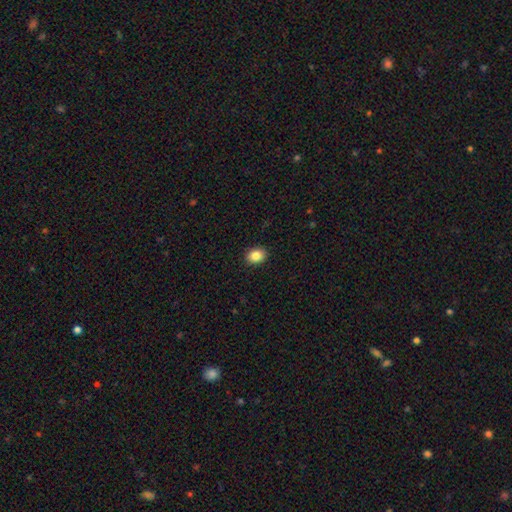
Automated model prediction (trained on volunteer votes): Smooth or featured? Predicted: smooth (p=0.86). How rounded? Predicted: in between (p=0.57). Merging? Predicted: none (p=0.91).